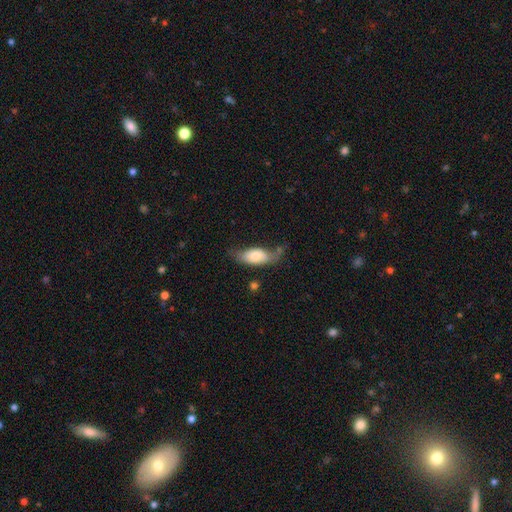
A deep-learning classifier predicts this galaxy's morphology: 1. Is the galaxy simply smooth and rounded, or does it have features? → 70% smooth, 23% featured or disk, 6% star or artifact.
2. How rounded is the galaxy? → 88% in between, 8% cigar-shaped, 4% round.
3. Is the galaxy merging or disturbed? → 45% none, 33% minor disturbance, 16% major disturbance, 6% merger.